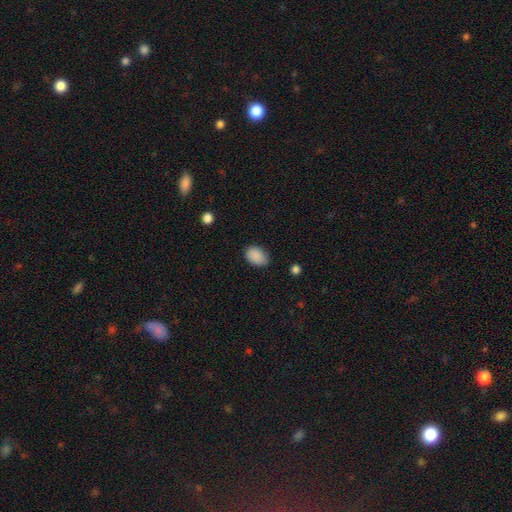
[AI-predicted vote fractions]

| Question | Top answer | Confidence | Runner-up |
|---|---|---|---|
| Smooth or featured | smooth | 89% | star or artifact (8%) |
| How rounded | in between | 82% | round (16%) |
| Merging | none | 76% | minor disturbance (20%) |